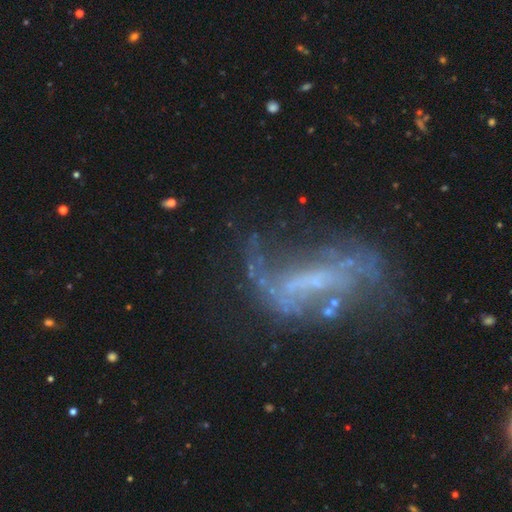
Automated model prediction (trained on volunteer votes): Smooth or featured: featured or disk — 75% (star or artifact — 13%)
Edge-on disk: no — 93% (yes — 7%)
Bar: no — 40% (weak — 35%)
Spiral arms: yes — 64% (no — 36%)
Bulge size: none — 44% (small — 43%)
Merging: none — 38% (major disturbance — 34%)